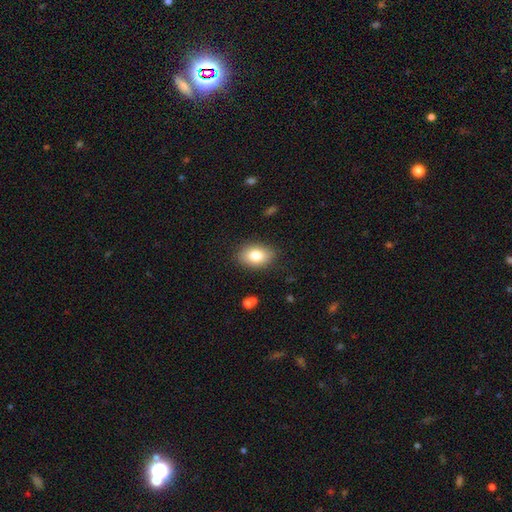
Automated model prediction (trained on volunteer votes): Overall: smooth (80%). How rounded: in between (84%). Merging: none (85%).